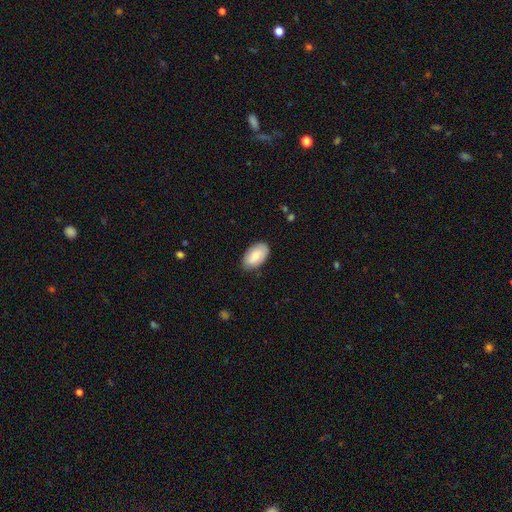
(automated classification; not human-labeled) Smooth or featured? Predicted: smooth (p=0.80). How rounded? Predicted: in between (p=0.95). Merging? Predicted: none (p=0.81).